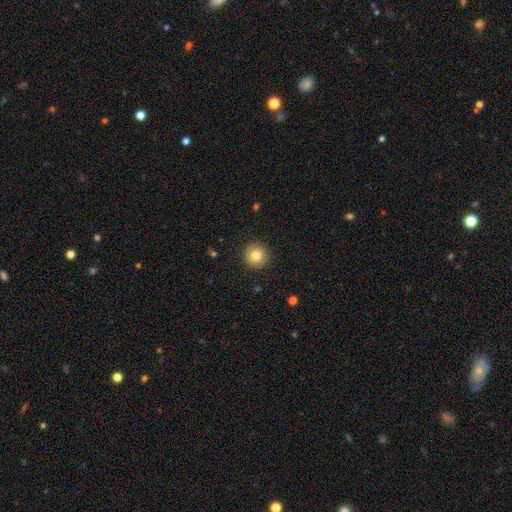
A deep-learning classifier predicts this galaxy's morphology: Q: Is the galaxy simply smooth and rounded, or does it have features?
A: smooth — 82%.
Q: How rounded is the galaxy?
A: round — 95%.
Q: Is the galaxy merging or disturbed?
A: none — 92%.